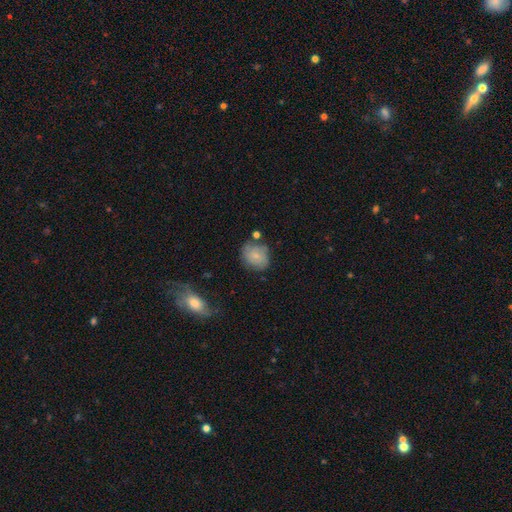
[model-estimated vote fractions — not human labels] A smooth galaxy with no disk features (52%) that is round (67%).

Vote fractions:
- Smooth or featured? smooth: 52% / featured or disk: 40% / star or artifact: 9%
- How rounded? round: 67% / in between: 32% / cigar-shaped: 1%
- Merging? none: 61% / minor disturbance: 23% / major disturbance: 8% / merger: 8%